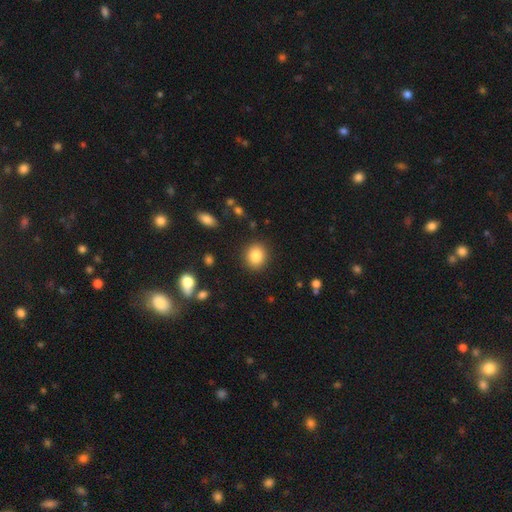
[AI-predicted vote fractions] Smooth or featured?
  - smooth: 86% *
  - star or artifact: 9%
  - featured or disk: 6%
How rounded?
  - round: 74% *
  - in between: 25%
  - cigar-shaped: 1%
Merging?
  - none: 89% *
  - minor disturbance: 7%
  - major disturbance: 3%
  - merger: 1%